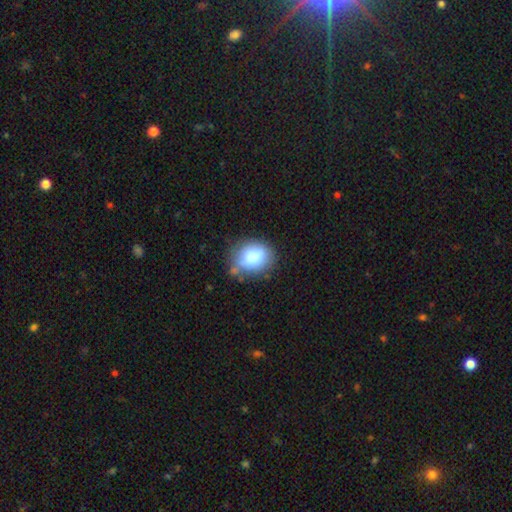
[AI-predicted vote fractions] smooth-or-featured: smooth: 82% | featured or disk: 10% | star or artifact: 8%
  how-rounded: in between: 54% | round: 44% | cigar-shaped: 1%
  merging: none: 64% | minor disturbance: 23% | merger: 7% | major disturbance: 6%